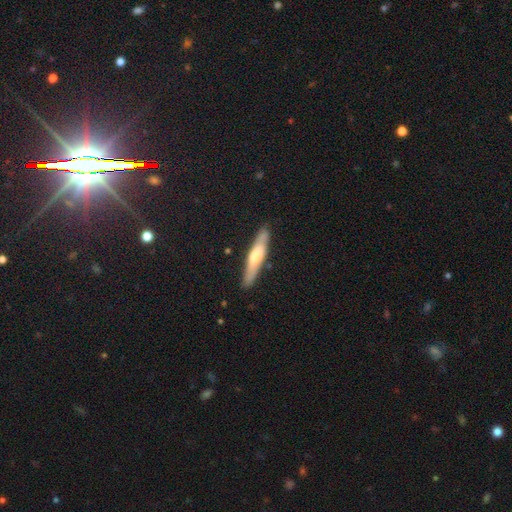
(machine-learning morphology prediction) smooth_or_featured: smooth (p=0.52) [alt: featured or disk p=0.43]
how_rounded: cigar-shaped (p=0.85) [alt: in between p=0.14]
merging: none (p=0.84) [alt: minor disturbance p=0.12]